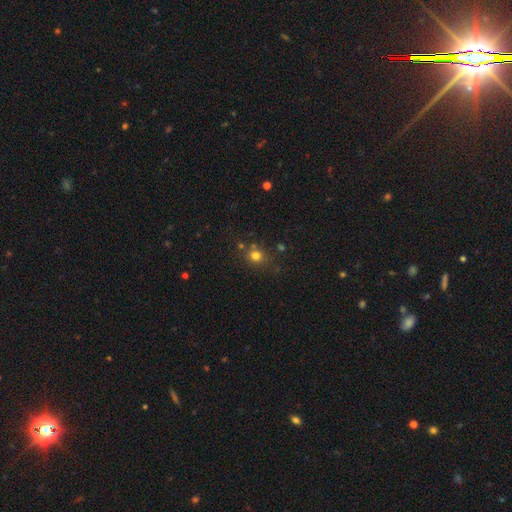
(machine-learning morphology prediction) This appears to be a smooth galaxy with no disk features (76%) that is round (81%). Merging: none (75%).